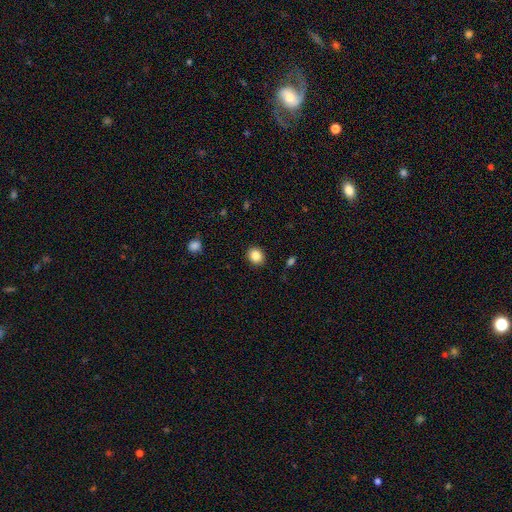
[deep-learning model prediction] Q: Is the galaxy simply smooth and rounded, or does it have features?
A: smooth — 85%.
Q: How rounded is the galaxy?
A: round — 64%.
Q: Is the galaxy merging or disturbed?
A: none — 89%.